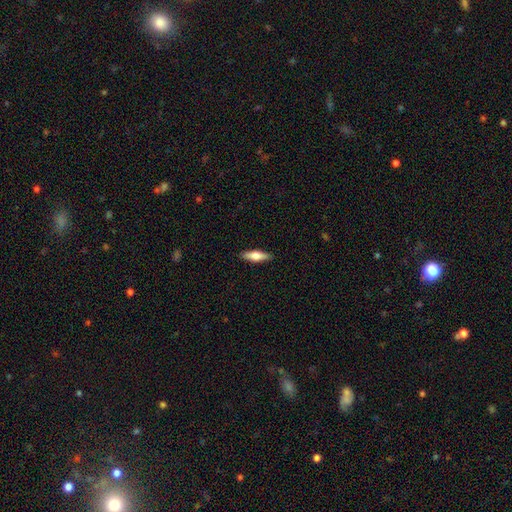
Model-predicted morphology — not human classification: smooth_or_featured: smooth (p=0.60) [alt: featured or disk p=0.34]
how_rounded: cigar-shaped (p=0.56) [alt: in between p=0.42]
merging: none (p=0.89) [alt: minor disturbance p=0.08]